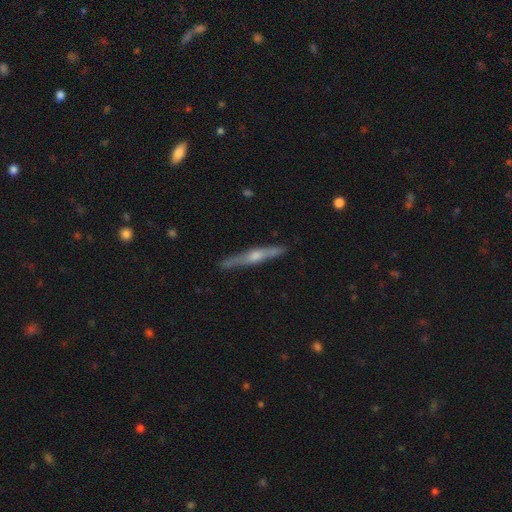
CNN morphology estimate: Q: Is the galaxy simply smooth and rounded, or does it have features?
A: featured or disk — 74%.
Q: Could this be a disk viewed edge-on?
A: yes — 97%.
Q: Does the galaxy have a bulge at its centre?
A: rounded — 84%.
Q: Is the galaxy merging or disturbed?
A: none — 88%.